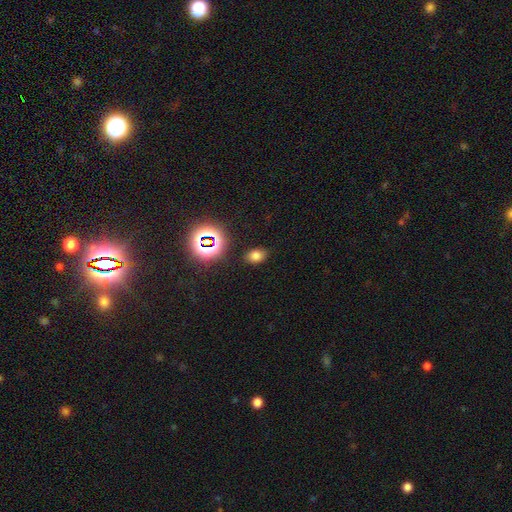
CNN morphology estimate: Smooth or featured? Predicted: smooth (p=0.71). How rounded? Predicted: in between (p=0.74). Merging? Predicted: none (p=0.85).